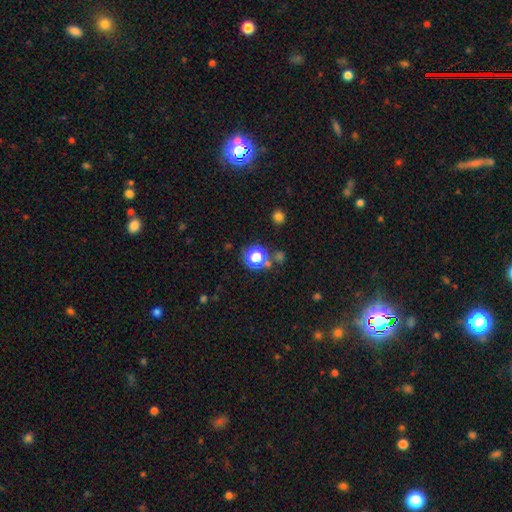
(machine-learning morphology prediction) This appears to be a star or artifact, not a galaxy (54%).